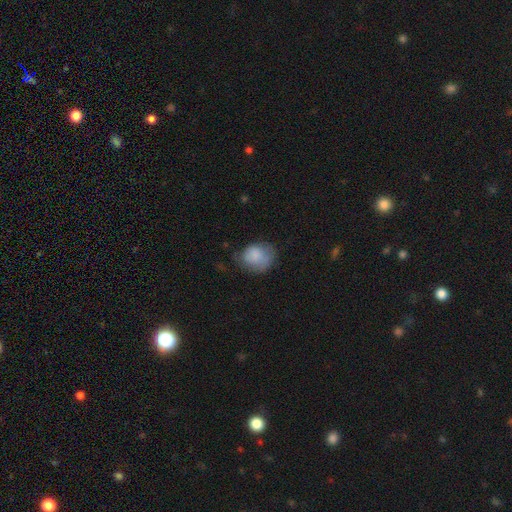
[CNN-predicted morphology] A smooth galaxy with no disk features (79%) that is round (59%).

Vote fractions:
- Smooth or featured? smooth: 79% / featured or disk: 13% / star or artifact: 8%
- How rounded? round: 59% / in between: 40% / cigar-shaped: 1%
- Merging? none: 49% / minor disturbance: 33% / major disturbance: 16% / merger: 2%